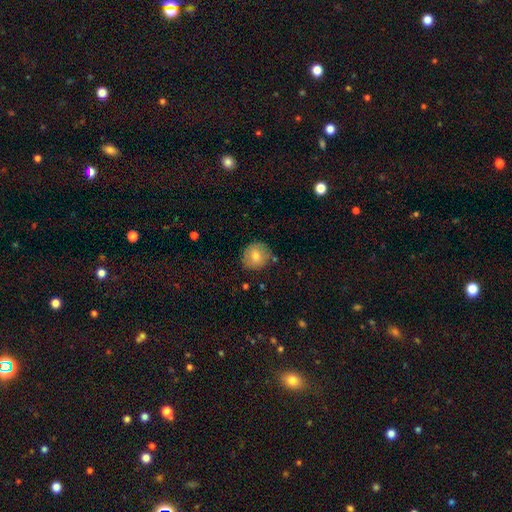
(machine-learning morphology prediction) Overall: smooth (75%). How rounded: round (88%). Merging: none (83%).